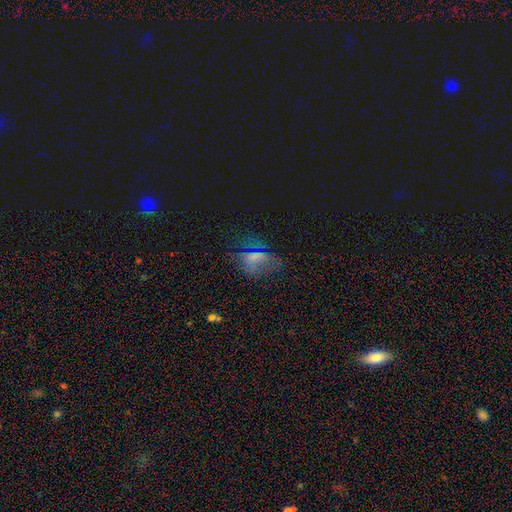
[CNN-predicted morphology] The model was most divided on "smooth or featured": smooth: 38%, star or artifact: 36%, featured or disk: 26%. More confident: merging — none (52%).